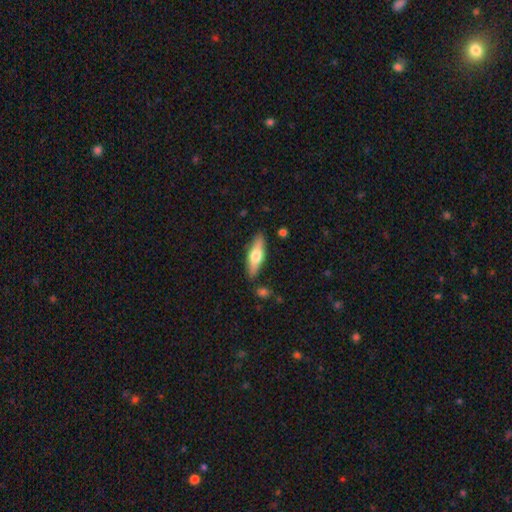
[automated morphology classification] This appears to be a smooth galaxy with no disk features (54%) that is in between round and cigar-shaped (50%). Merging: none (85%).